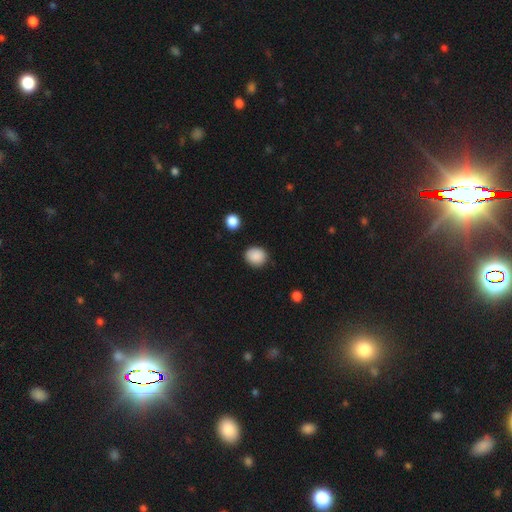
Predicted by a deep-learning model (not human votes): Smooth or featured?
  - smooth: 89% *
  - star or artifact: 8%
  - featured or disk: 3%
How rounded?
  - round: 78% *
  - in between: 21%
  - cigar-shaped: 1%
Merging?
  - none: 87% *
  - minor disturbance: 9%
  - major disturbance: 2%
  - merger: 2%